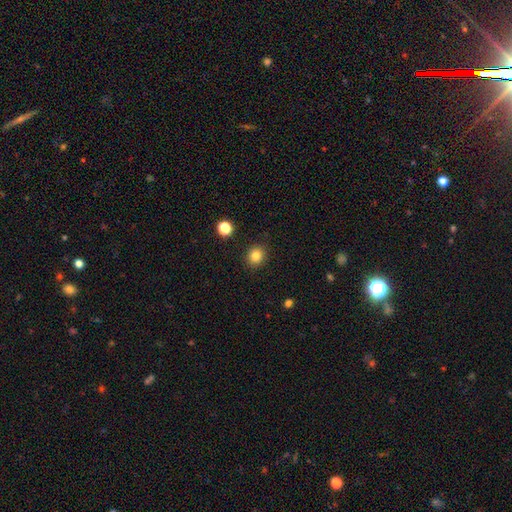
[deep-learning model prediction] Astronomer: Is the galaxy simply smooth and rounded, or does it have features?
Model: smooth — 83%.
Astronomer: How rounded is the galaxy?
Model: round — 83%.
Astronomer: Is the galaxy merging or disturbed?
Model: none — 91%.